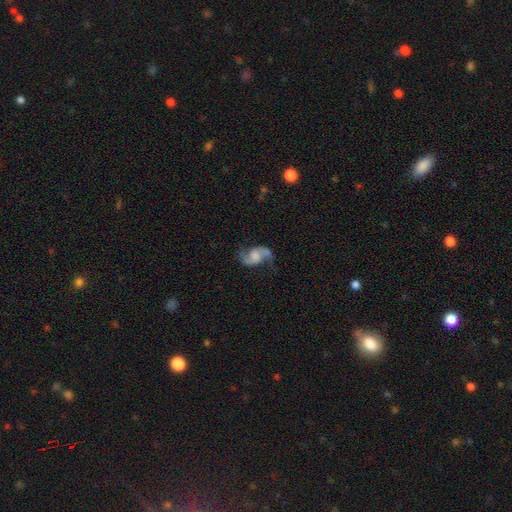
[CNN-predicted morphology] A featured or disk galaxy (83%) with no bar (49%), 2 (93%) loose (60%) spiral arms (96%) and no central bulge (34%).

Vote fractions:
- Smooth or featured? featured or disk: 83% / smooth: 11% / star or artifact: 7%
- Edge-on disk? no: 97% / yes: 3%
- Bar? no: 49% / weak: 41% / strong: 9%
- Spiral arms? yes: 96% / no: 4%
- Spiral winding? loose: 60% / medium: 34% / tight: 6%
- Spiral arm count? 2: 93% / can't tell: 2% / 1: 2% / 3: 1% / 4: 1% / more than 4: 1%
- Bulge size? none: 34% / moderate: 26% / small: 21% / large: 16% / dominant: 2%
- Merging? none: 69% / minor disturbance: 18% / major disturbance: 10% / merger: 3%